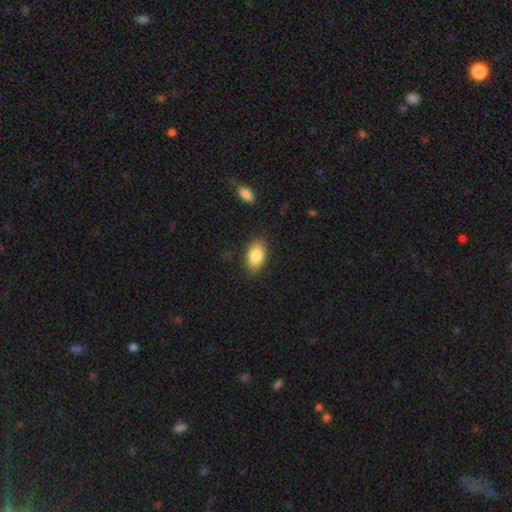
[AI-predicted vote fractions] Smooth or featured?
  - smooth: 83% *
  - featured or disk: 10%
  - star or artifact: 7%
How rounded?
  - in between: 91% *
  - round: 6%
  - cigar-shaped: 2%
Merging?
  - none: 83% *
  - minor disturbance: 13%
  - major disturbance: 2%
  - merger: 1%